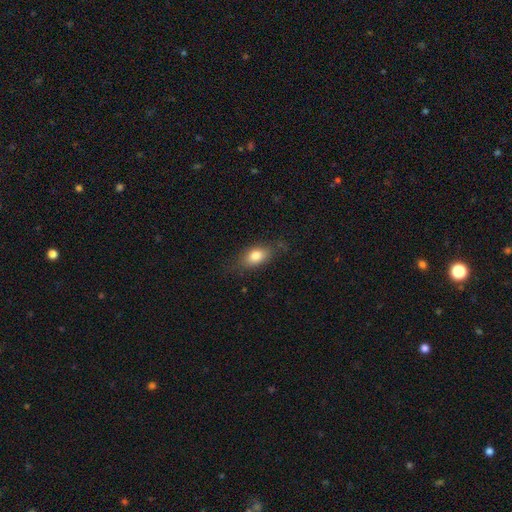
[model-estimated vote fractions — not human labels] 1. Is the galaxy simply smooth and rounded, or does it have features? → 79% smooth, 13% featured or disk, 8% star or artifact.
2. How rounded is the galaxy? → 84% in between, 9% round, 7% cigar-shaped.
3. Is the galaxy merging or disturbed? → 72% none, 20% minor disturbance, 6% major disturbance, 1% merger.